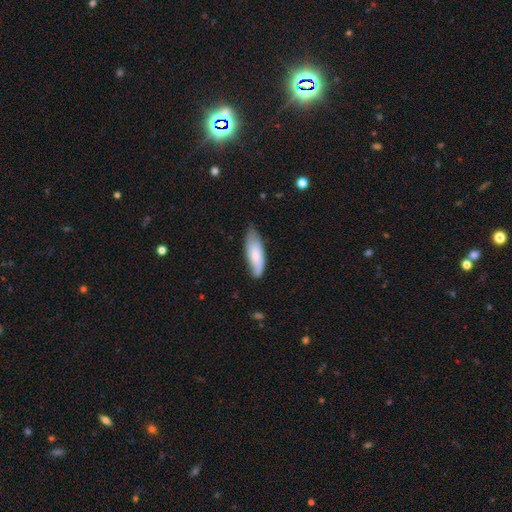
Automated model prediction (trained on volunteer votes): The model was most divided on "merging": none: 61%, minor disturbance: 31%, major disturbance: 6%, merger: 2%. More confident: smooth or featured — smooth (67%); how rounded — in between (64%).